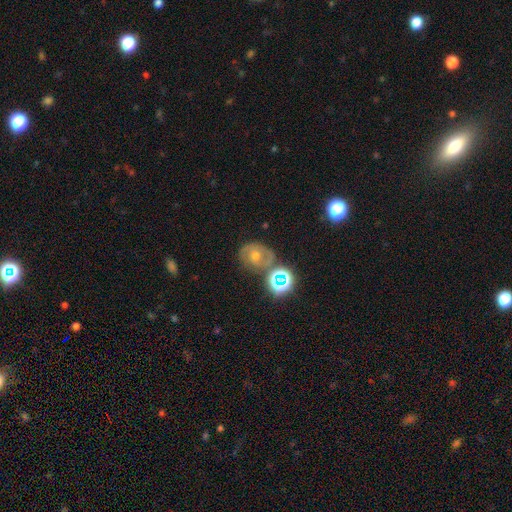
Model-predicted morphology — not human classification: Q: Smooth or featured?
A: featured or disk (46%); runner-up: star or artifact (27%)
Q: Merging?
A: none (66%); runner-up: minor disturbance (15%)